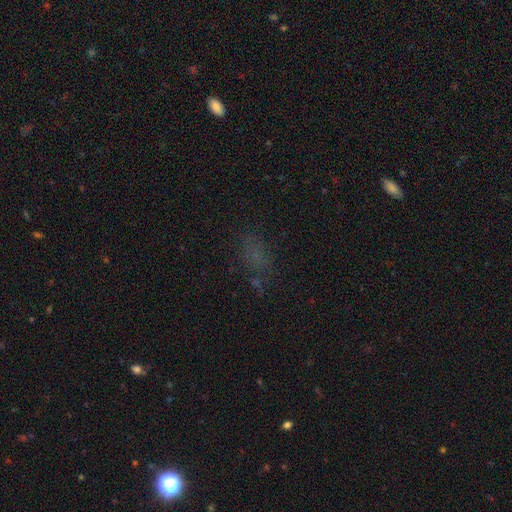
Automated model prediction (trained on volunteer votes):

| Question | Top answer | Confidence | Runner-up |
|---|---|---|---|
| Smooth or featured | smooth | 54% | star or artifact (33%) |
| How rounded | in between | 76% | round (17%) |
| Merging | none | 68% | minor disturbance (17%) |